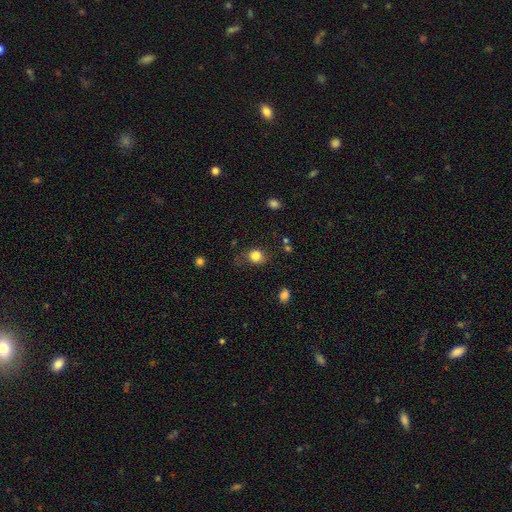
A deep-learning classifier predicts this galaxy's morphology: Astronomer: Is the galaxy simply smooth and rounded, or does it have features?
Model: smooth — 82%.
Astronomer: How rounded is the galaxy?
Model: round — 68%.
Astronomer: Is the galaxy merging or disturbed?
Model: none — 61%.